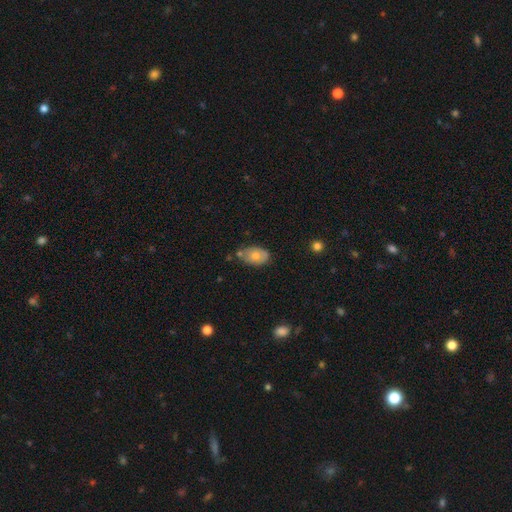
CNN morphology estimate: A smooth galaxy with no disk features (69%) that is in between round and cigar-shaped (86%). Merging: none (56%).